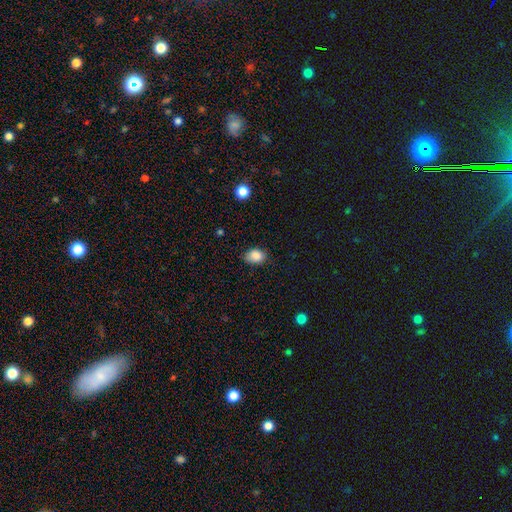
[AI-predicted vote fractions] The model was most divided on "how rounded": in between: 75%, round: 24%, cigar-shaped: 1%. More confident: smooth or featured — smooth (86%); merging — none (74%).